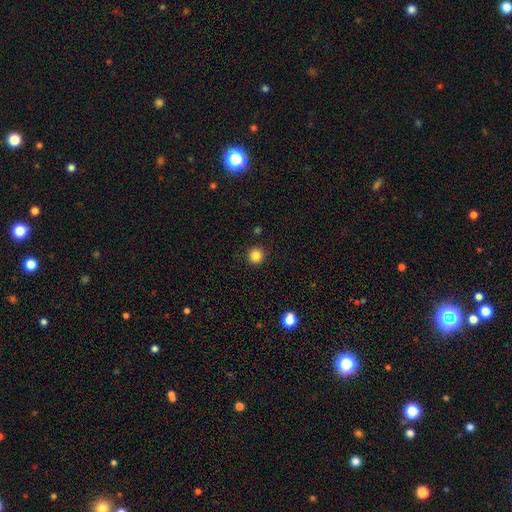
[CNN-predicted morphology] smooth-or-featured: smooth: 85% | star or artifact: 12% | featured or disk: 3%
  how-rounded: round: 95% | in between: 5% | cigar-shaped: 1%
  merging: none: 91% | minor disturbance: 6% | major disturbance: 2% | merger: 1%